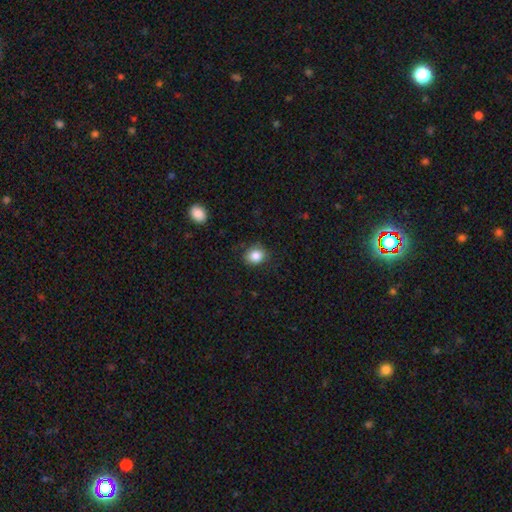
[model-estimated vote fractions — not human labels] A smooth galaxy with no disk features (85%) that is round (63%).

Vote fractions:
- Smooth or featured? smooth: 85% / star or artifact: 10% / featured or disk: 5%
- How rounded? round: 63% / in between: 36% / cigar-shaped: 1%
- Merging? none: 82% / minor disturbance: 13% / major disturbance: 3% / merger: 1%